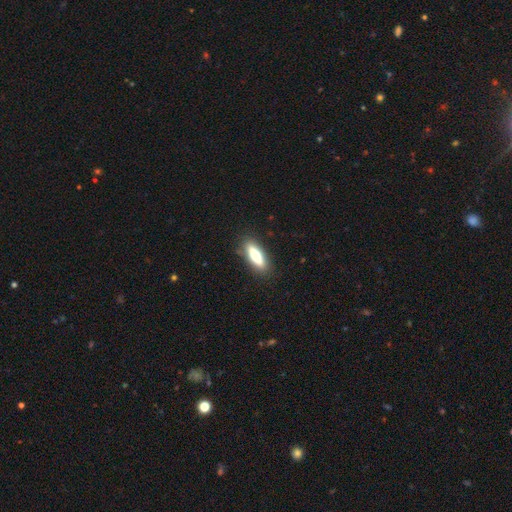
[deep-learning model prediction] Smooth or featured?
  - smooth: 65% *
  - featured or disk: 28%
  - star or artifact: 7%
How rounded?
  - cigar-shaped: 57% *
  - in between: 41%
  - round: 2%
Merging?
  - none: 86% *
  - minor disturbance: 10%
  - major disturbance: 3%
  - merger: 1%